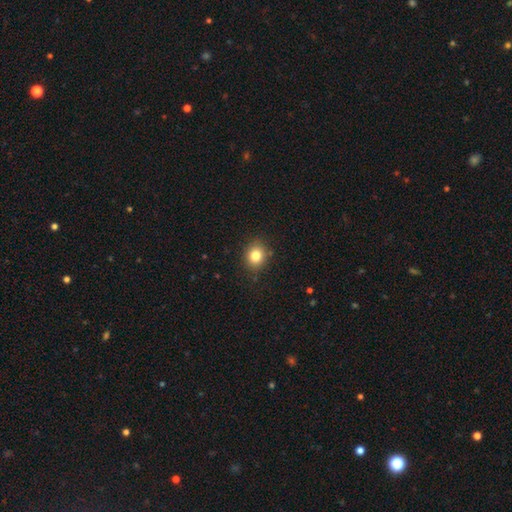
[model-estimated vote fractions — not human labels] smooth-or-featured: smooth: 82% | star or artifact: 11% | featured or disk: 7%
  how-rounded: round: 68% | in between: 31% | cigar-shaped: 1%
  merging: none: 86% | minor disturbance: 10% | major disturbance: 2% | merger: 1%